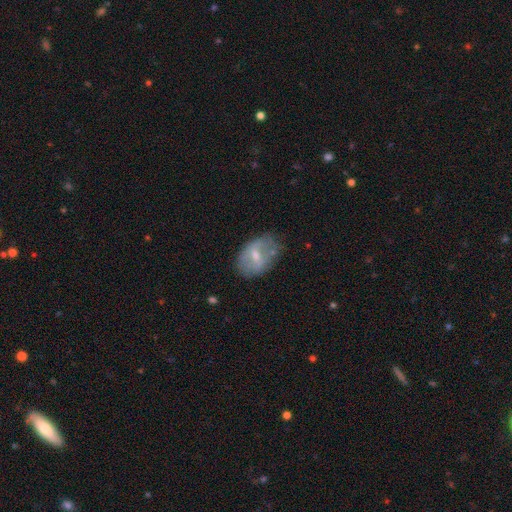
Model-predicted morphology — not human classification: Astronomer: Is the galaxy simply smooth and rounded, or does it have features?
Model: featured or disk — 48% (runner-up: smooth, 45%).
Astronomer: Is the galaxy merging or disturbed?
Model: none — 58%.